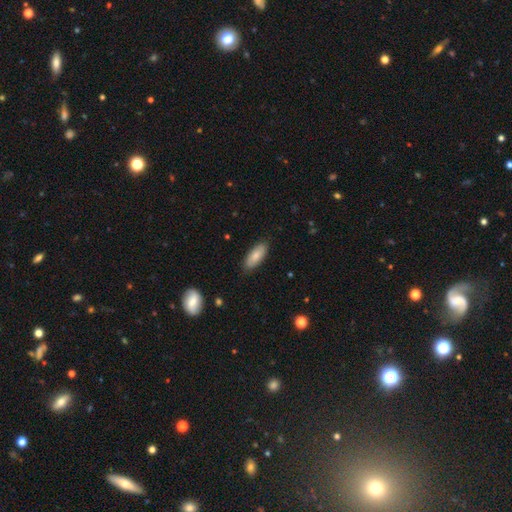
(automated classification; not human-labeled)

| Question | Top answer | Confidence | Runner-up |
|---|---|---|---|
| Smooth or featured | smooth | 79% | featured or disk (15%) |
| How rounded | in between | 79% | cigar-shaped (19%) |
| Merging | none | 84% | minor disturbance (13%) |